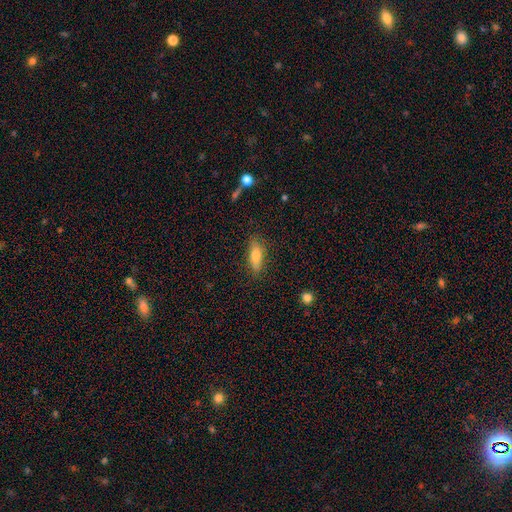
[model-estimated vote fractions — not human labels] Smooth or featured? smooth (73%)
How rounded? in between (51%)
Merging? none (83%)